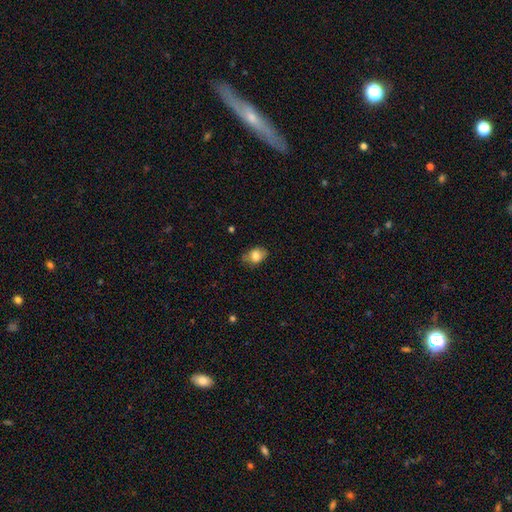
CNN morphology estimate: Smooth or featured? smooth (80%)
How rounded? in between (80%)
Merging? none (69%)